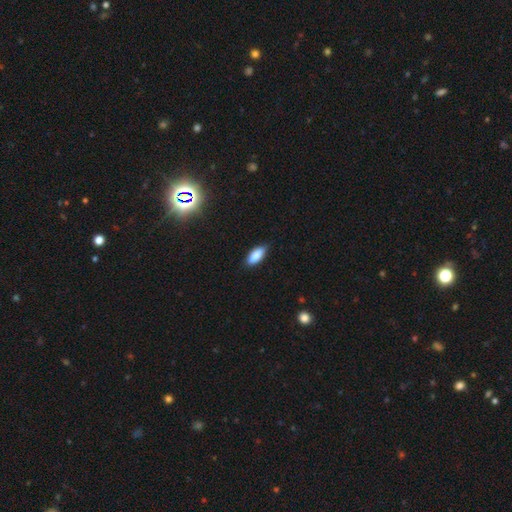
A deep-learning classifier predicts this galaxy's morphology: A smooth galaxy with no disk features (84%) that is in between round and cigar-shaped (76%).

Vote fractions:
- Smooth or featured? smooth: 84% / featured or disk: 9% / star or artifact: 7%
- How rounded? in between: 76% / cigar-shaped: 22% / round: 2%
- Merging? none: 81% / minor disturbance: 15% / major disturbance: 2% / merger: 1%